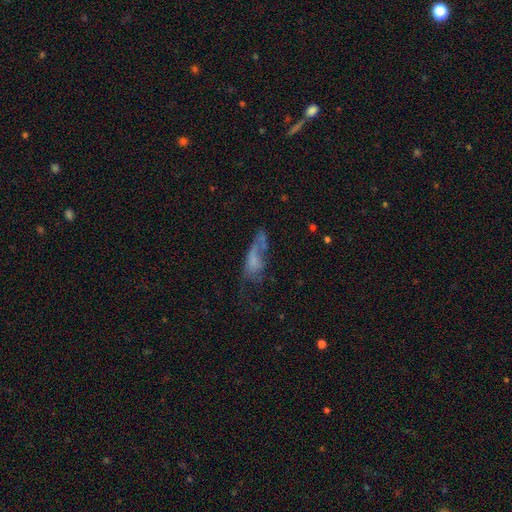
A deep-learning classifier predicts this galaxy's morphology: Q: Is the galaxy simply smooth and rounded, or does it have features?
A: smooth — 47%.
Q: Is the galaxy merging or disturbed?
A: major disturbance — 37%.